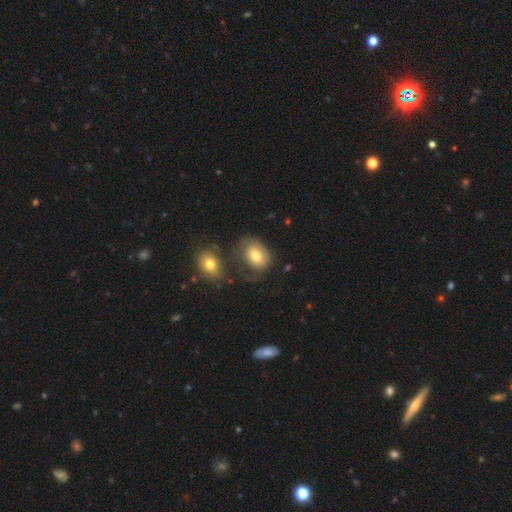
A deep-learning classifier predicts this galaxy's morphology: The model was most divided on "merging": none: 48%, minor disturbance: 22%, merger: 16%, major disturbance: 15%. More confident: smooth or featured — smooth (74%); how rounded — in between (72%).